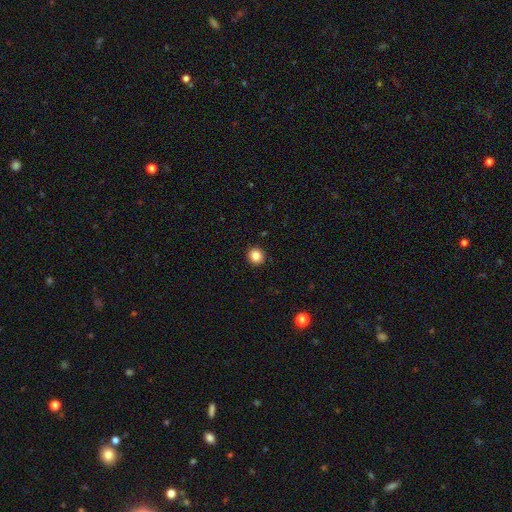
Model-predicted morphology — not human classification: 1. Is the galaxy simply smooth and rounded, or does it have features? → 86% smooth, 10% star or artifact, 4% featured or disk.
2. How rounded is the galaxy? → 88% round, 11% in between, 1% cigar-shaped.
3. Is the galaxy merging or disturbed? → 92% none, 5% minor disturbance, 2% major disturbance, 1% merger.